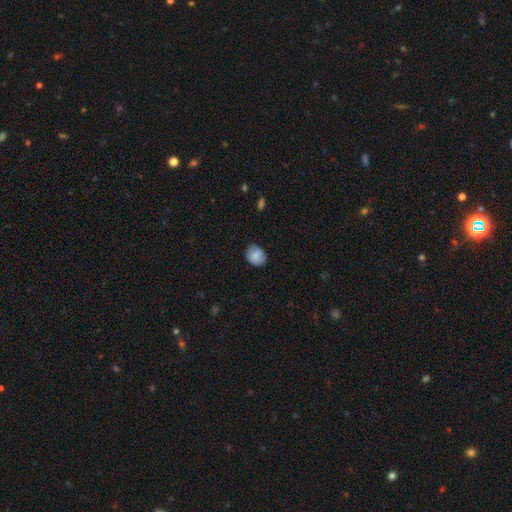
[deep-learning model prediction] smooth 83%, featured or disk 10%, star or artifact 8%. Down the decision tree: how rounded — in between (51%); merging — none (76%).